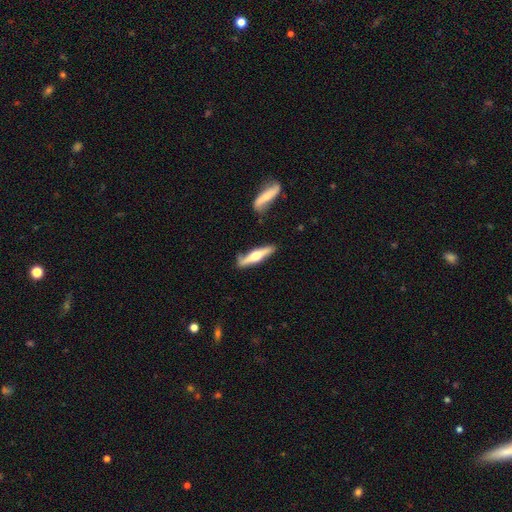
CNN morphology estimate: Smooth or featured? featured or disk (65%)
Edge-on disk? yes (94%)
Edge-on bulge? rounded (94%)
Merging? none (80%)